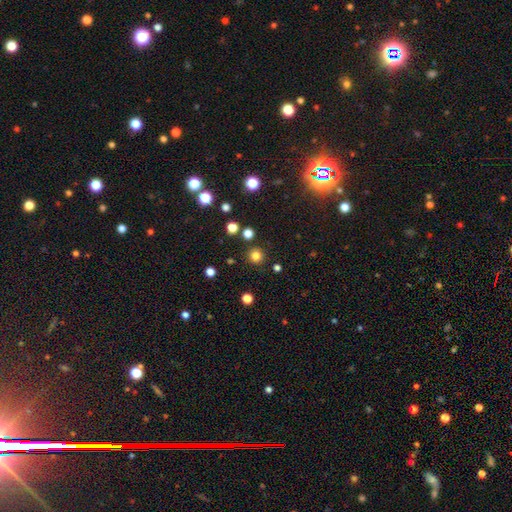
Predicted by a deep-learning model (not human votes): Overall: smooth (81%). How rounded: round (95%). Merging: none (90%).